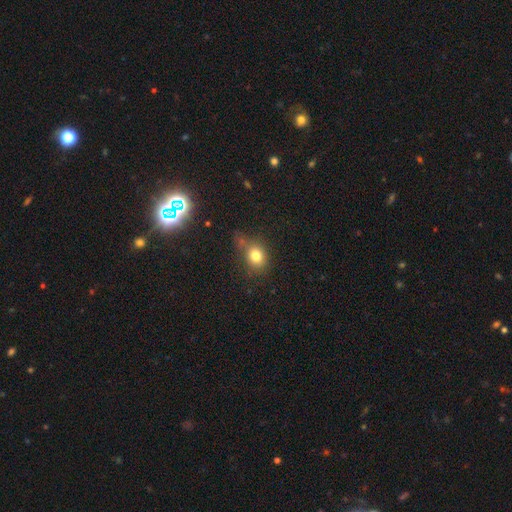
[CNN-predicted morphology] A smooth galaxy with no disk features (79%) that is round (64%).

Vote fractions:
- Smooth or featured? smooth: 79% / star or artifact: 13% / featured or disk: 8%
- How rounded? round: 64% / in between: 35% / cigar-shaped: 1%
- Merging? none: 58% / minor disturbance: 22% / merger: 11% / major disturbance: 9%